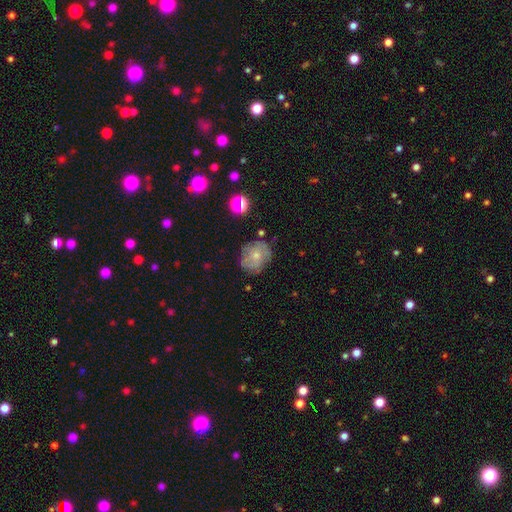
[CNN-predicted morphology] Overall: smooth (45%; featured or disk 44%). Merging: none (68%).